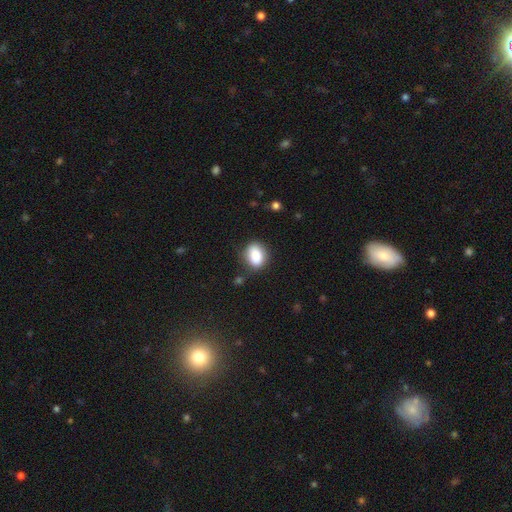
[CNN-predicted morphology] A smooth galaxy with no disk features (88%) that is in between round and cigar-shaped (75%). Merging: none (76%).